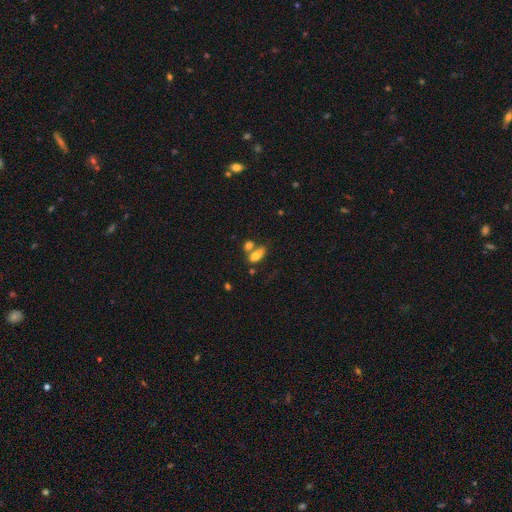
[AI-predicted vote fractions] smooth_or_featured: smooth (p=0.73) [alt: featured or disk p=0.18]
how_rounded: in between (p=0.85) [alt: cigar-shaped p=0.08]
merging: none (p=0.41) [tied with: merger p=0.41]